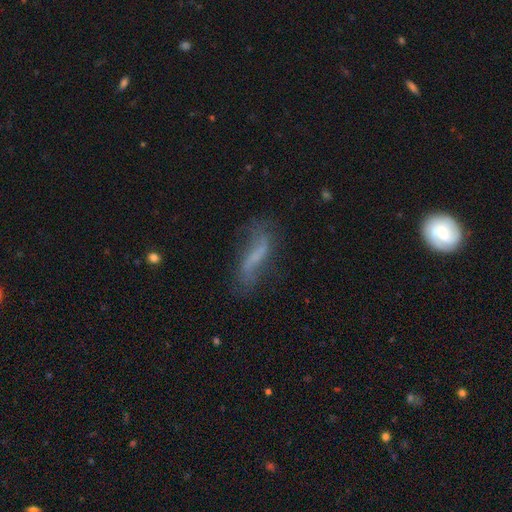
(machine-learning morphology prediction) type=featured or disk (54%); edge-on=no (79%); merging=none (57%).